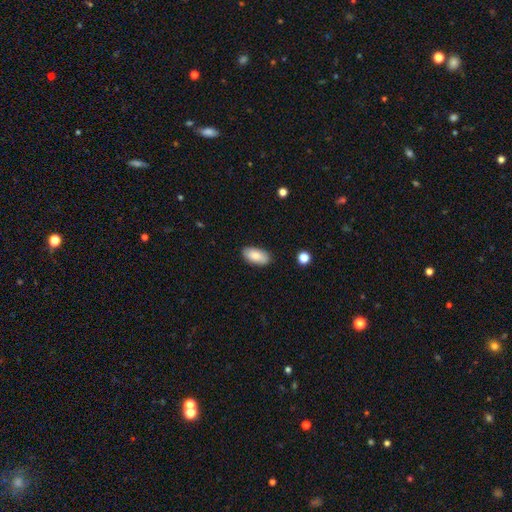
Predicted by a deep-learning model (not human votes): Smooth or featured? Predicted: smooth (p=0.83). How rounded? Predicted: in between (p=0.93). Merging? Predicted: none (p=0.86).